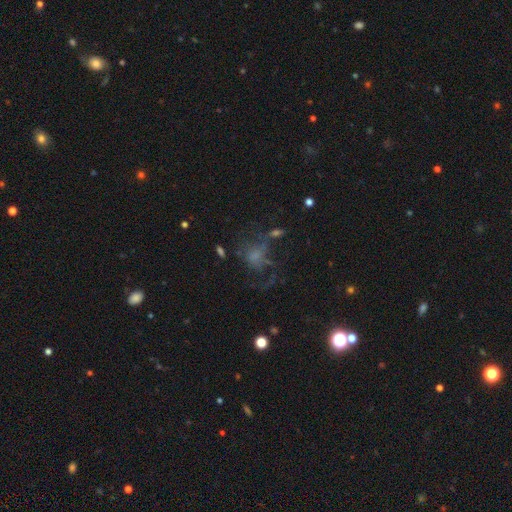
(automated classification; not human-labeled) smooth 41%, featured or disk 36%, star or artifact 23%. Down the decision tree: merging — major disturbance (46%).